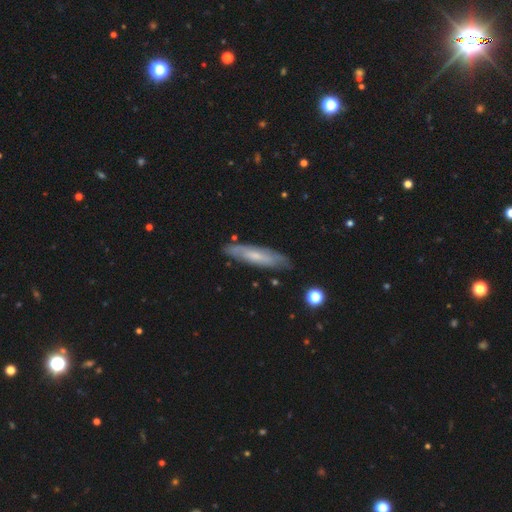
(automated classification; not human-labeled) Overall: featured or disk (51%; smooth 43%). Edge-on disk: no (51%; yes 49%). Merging: none (81%).